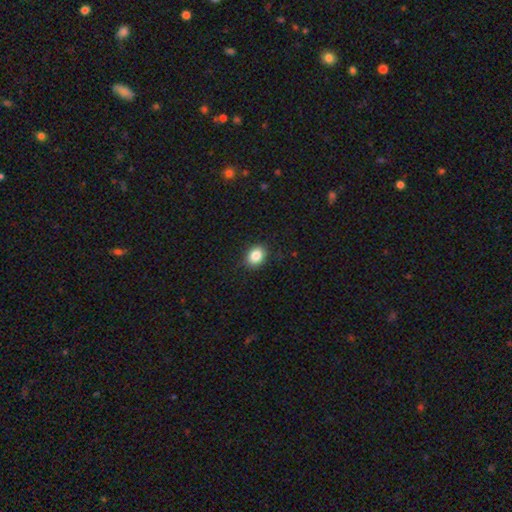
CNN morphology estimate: type=smooth (86%); roundness=in between (55%); merging=none (87%).